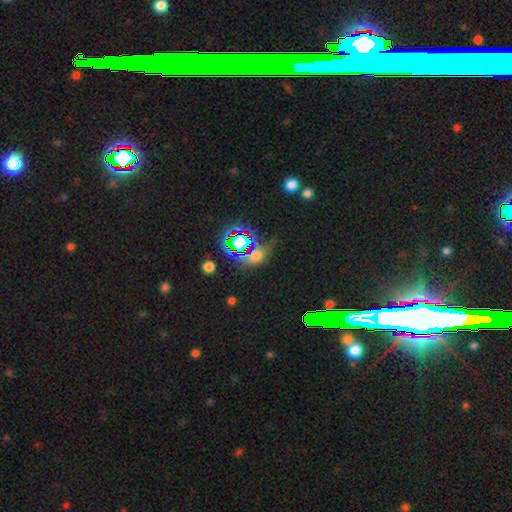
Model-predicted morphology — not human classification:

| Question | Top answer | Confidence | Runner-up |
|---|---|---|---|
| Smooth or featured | star or artifact | 47% | smooth (39%) |